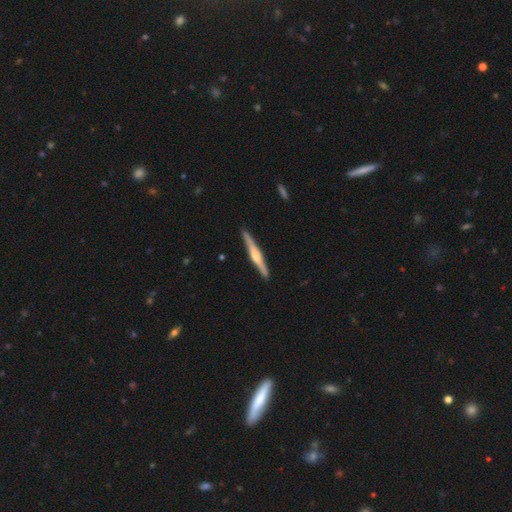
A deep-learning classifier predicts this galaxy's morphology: smooth-or-featured: featured or disk: 69% | smooth: 26% | star or artifact: 5%
  disk-edge-on: yes: 98% | no: 2%
    edge-on-bulge: rounded: 73% | boxy: 18% | none: 9%
  merging: none: 90% | minor disturbance: 7% | major disturbance: 1% | merger: 1%